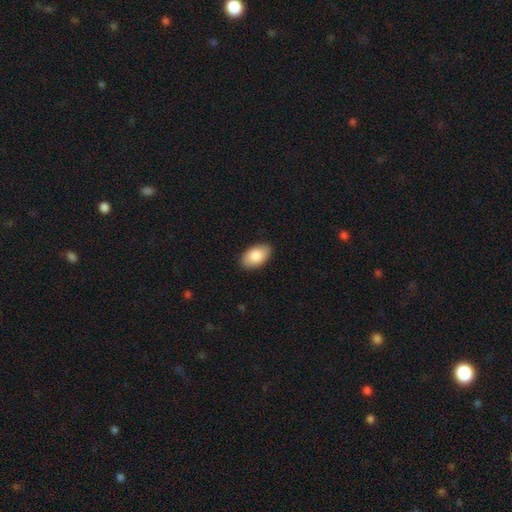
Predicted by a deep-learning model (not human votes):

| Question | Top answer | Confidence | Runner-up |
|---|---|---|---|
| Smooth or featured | smooth | 86% | featured or disk (8%) |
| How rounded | in between | 95% | round (4%) |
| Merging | none | 88% | minor disturbance (9%) |